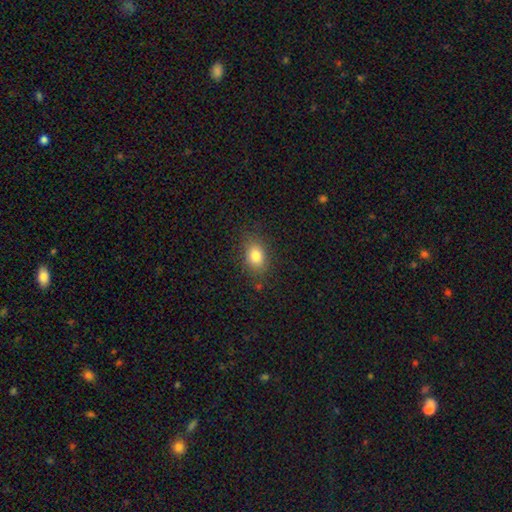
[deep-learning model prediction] Smooth or featured? Predicted: smooth (p=0.81). How rounded? Predicted: in between (p=0.72). Merging? Predicted: none (p=0.83).